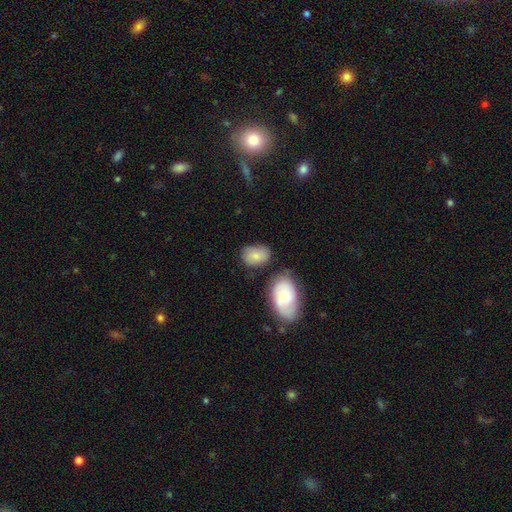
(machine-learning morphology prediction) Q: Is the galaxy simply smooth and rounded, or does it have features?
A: smooth — 80%.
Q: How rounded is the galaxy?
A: in between — 81%.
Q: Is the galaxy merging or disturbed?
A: none — 62%.